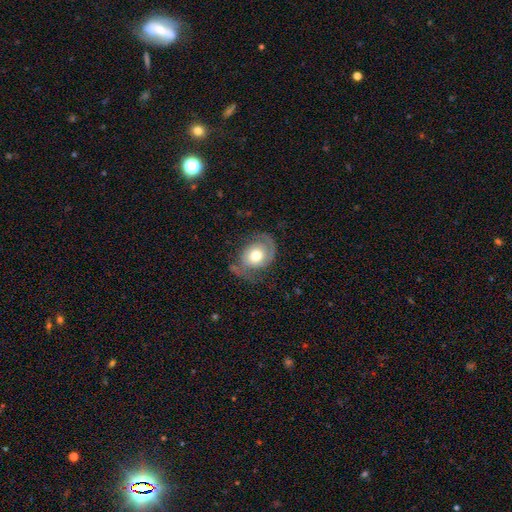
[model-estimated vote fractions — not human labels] Morphology: type=featured or disk (68%); edge-on=no (97%); bar=no (78%); spiral arms=yes (88%); winding=tight (40%); arm count=2 (64%); bulge=moderate (58%); merging=none (58%).